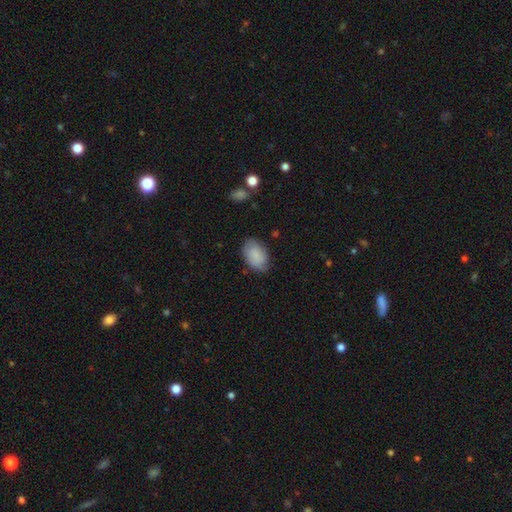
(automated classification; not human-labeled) Q: Smooth or featured?
A: smooth (83%); runner-up: featured or disk (11%)
Q: How rounded?
A: in between (89%); runner-up: round (10%)
Q: Merging?
A: none (72%); runner-up: minor disturbance (22%)